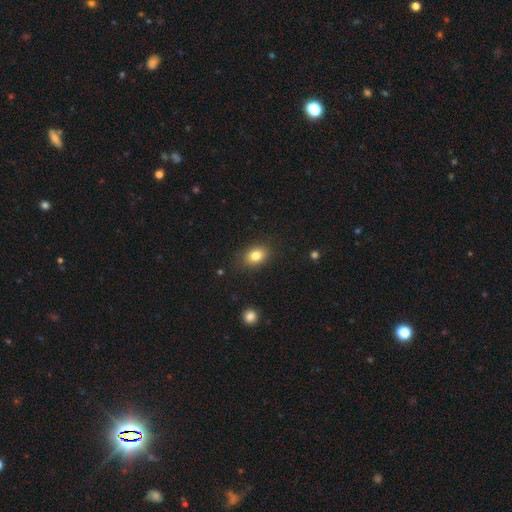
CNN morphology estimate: Smooth or featured? smooth (82%)
How rounded? in between (70%)
Merging? none (86%)